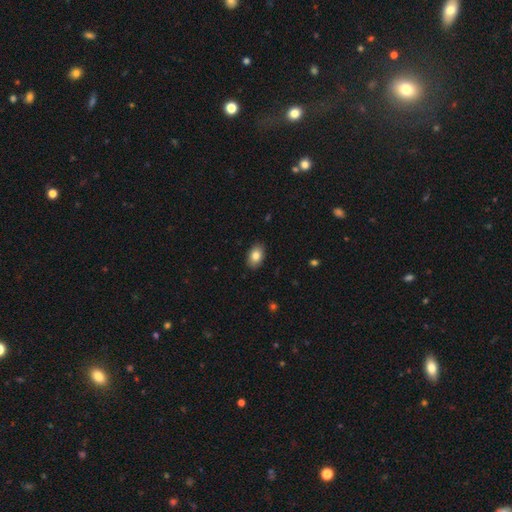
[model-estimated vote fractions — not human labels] smooth_or_featured: smooth (p=0.83) [alt: featured or disk p=0.09]
how_rounded: in between (p=0.87) [alt: round p=0.12]
merging: none (p=0.89) [alt: minor disturbance p=0.09]